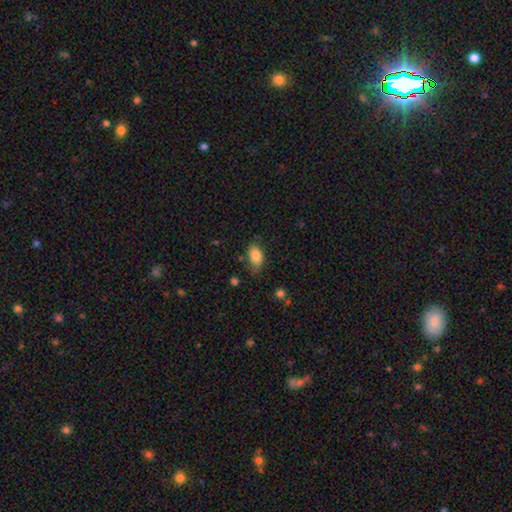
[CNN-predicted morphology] smooth_or_featured: smooth (p=0.83) [alt: featured or disk p=0.09]
how_rounded: in between (p=0.92) [alt: round p=0.06]
merging: none (p=0.66) [alt: minor disturbance p=0.25]